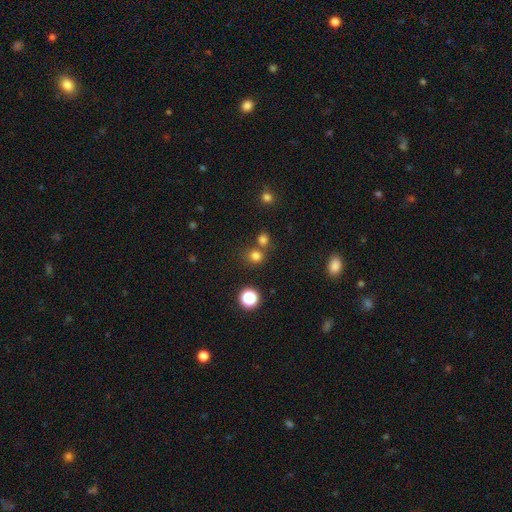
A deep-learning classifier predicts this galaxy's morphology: This appears to be a smooth galaxy with no disk features (74%) that is round (85%). Merging: none (66%).